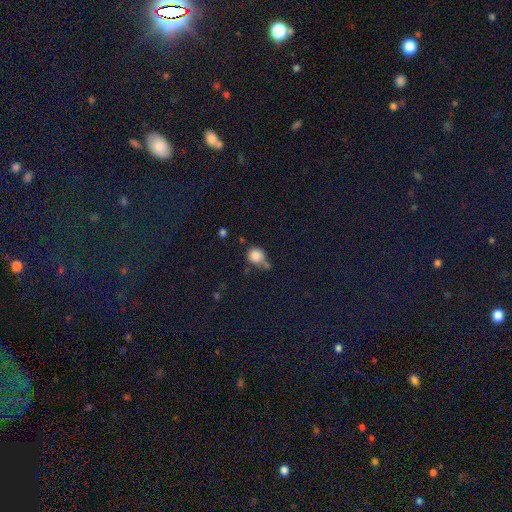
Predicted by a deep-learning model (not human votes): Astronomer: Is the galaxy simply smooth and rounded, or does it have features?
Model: smooth — 82%.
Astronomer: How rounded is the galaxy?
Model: round — 84%.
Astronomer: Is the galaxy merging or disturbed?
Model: none — 46% (runner-up: merger, 27%).